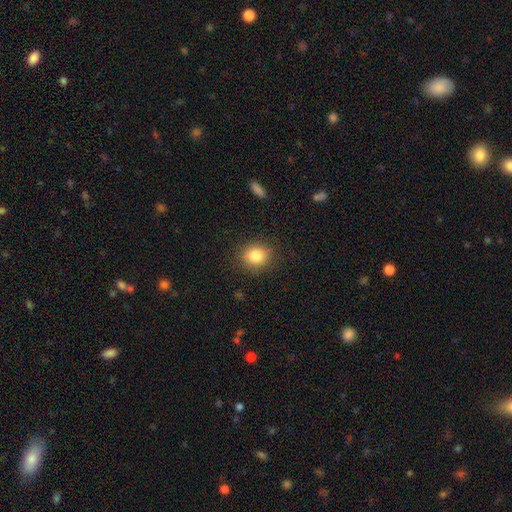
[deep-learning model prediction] Smooth or featured? smooth (83%)
How rounded? round (69%)
Merging? none (86%)